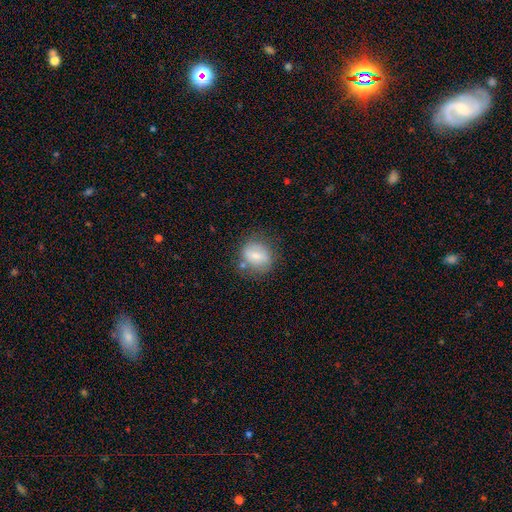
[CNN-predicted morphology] smooth 67%, featured or disk 25%, star or artifact 8%. Down the decision tree: how rounded — round (62%); merging — none (66%).